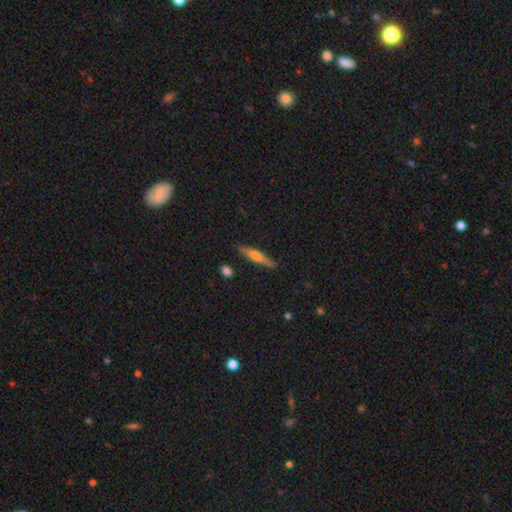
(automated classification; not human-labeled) Smooth or featured? Predicted: smooth (p=0.54). How rounded? Predicted: cigar-shaped (p=0.90). Merging? Predicted: none (p=0.85).